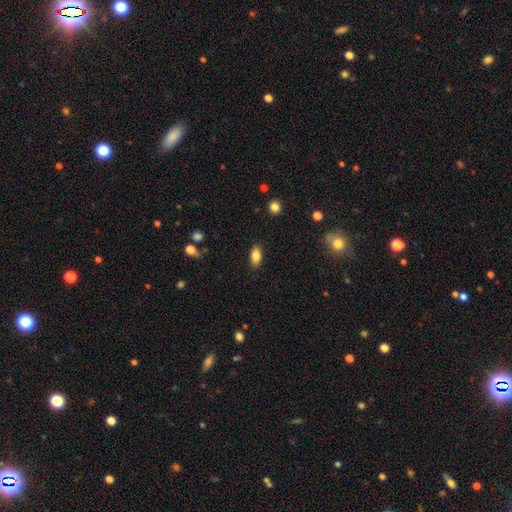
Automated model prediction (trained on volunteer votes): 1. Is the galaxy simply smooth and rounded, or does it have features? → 83% smooth, 9% featured or disk, 8% star or artifact.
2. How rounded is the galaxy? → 89% in between, 7% cigar-shaped, 4% round.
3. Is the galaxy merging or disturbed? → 87% none, 10% minor disturbance, 2% major disturbance, 1% merger.